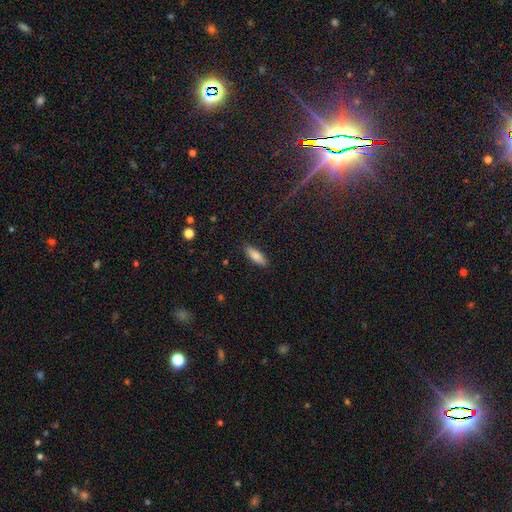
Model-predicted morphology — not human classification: A smooth galaxy with no disk features (82%) that is in between round and cigar-shaped (61%). Merging: none (88%).